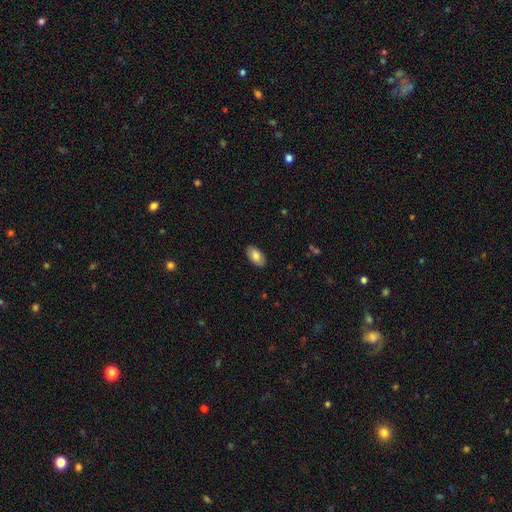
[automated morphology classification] Q: Smooth or featured?
A: smooth (82%); runner-up: featured or disk (12%)
Q: How rounded?
A: in between (95%); runner-up: round (3%)
Q: Merging?
A: none (89%); runner-up: minor disturbance (9%)